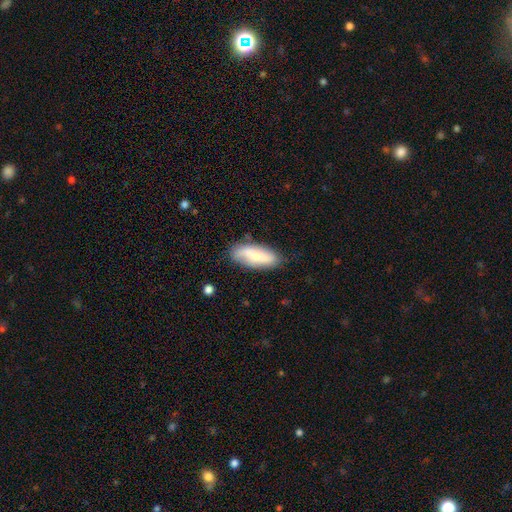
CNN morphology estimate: This is likely a smooth galaxy (62%). How rounded: likely in between (73%). Merging: likely none (76%).